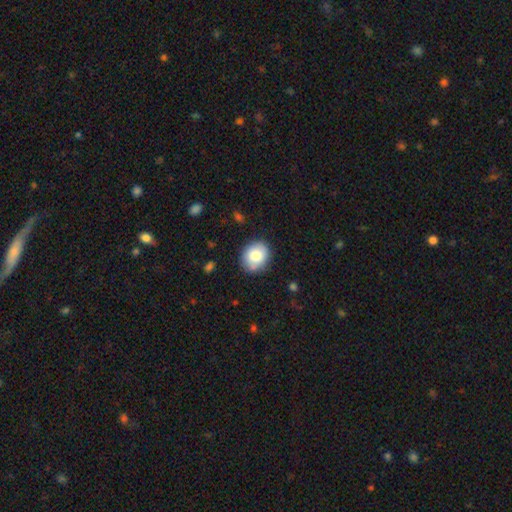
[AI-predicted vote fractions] This is clearly a smooth galaxy (82%). How rounded: likely round (63%). Merging: clearly none (81%).